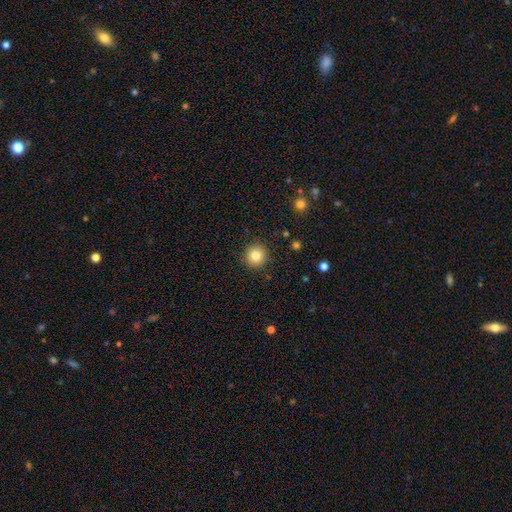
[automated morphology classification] The model was most divided on "smooth or featured": smooth: 82%, star or artifact: 11%, featured or disk: 7%. More confident: how rounded — round (94%); merging — none (91%).